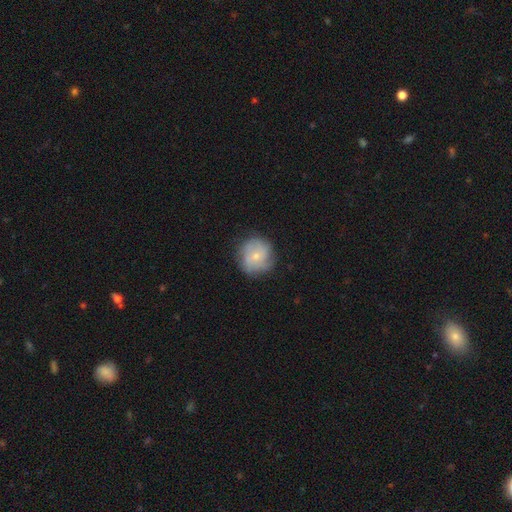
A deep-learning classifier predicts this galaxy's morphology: This is possibly a smooth galaxy (49%). Merging: likely none (76%).